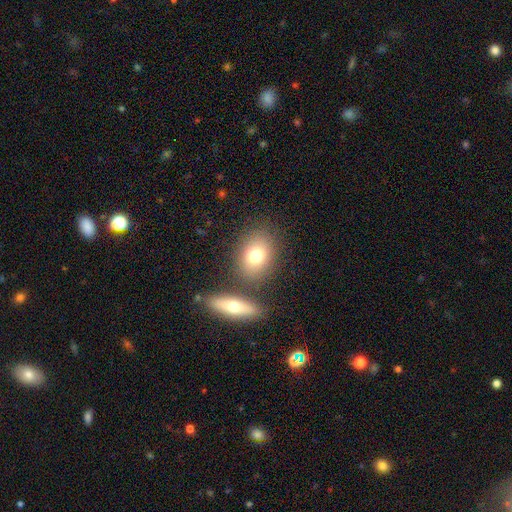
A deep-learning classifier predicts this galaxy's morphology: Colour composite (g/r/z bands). It shows a smooth galaxy with no disk features (76%) that is in between round and cigar-shaped (64%). Merging: none (70%).